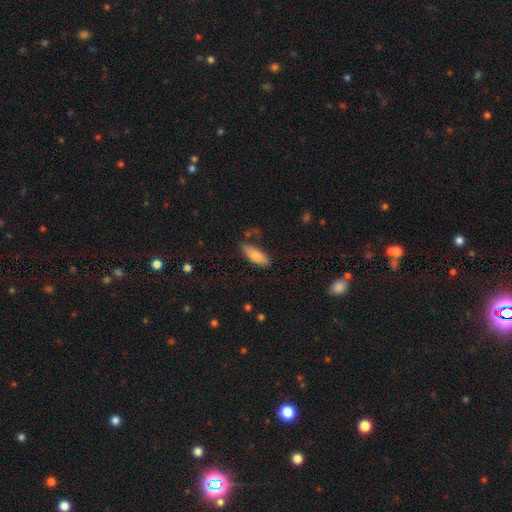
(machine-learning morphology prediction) Smooth or featured? Predicted: smooth (p=0.77). How rounded? Predicted: in between (p=0.71). Merging? Predicted: none (p=0.67).